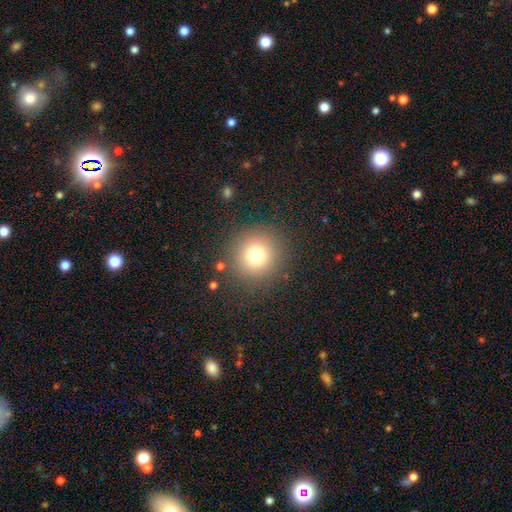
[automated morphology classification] smooth-or-featured: smooth: 76% | star or artifact: 15% | featured or disk: 9%
  how-rounded: round: 95% | in between: 5% | cigar-shaped: 1%
  merging: none: 87% | minor disturbance: 7% | major disturbance: 4% | merger: 2%